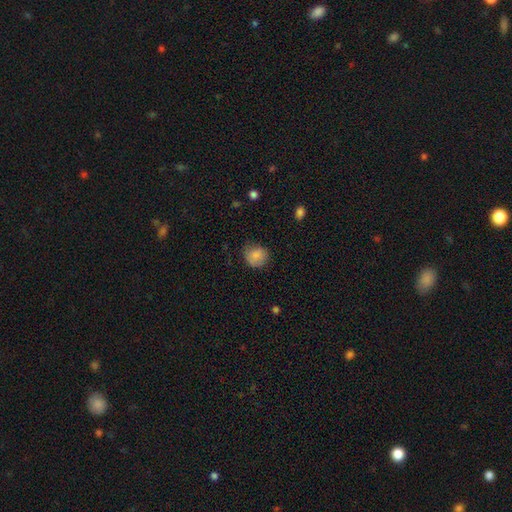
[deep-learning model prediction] A smooth galaxy with no disk features (84%) that is round (82%).

Vote fractions:
- Smooth or featured? smooth: 84% / star or artifact: 9% / featured or disk: 7%
- How rounded? round: 82% / in between: 17% / cigar-shaped: 1%
- Merging? none: 68% / minor disturbance: 24% / major disturbance: 6% / merger: 1%